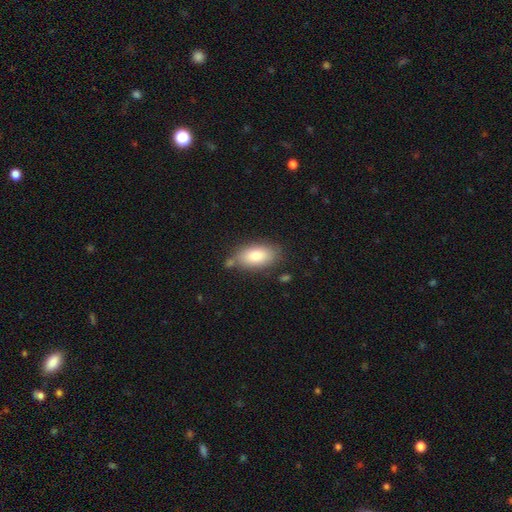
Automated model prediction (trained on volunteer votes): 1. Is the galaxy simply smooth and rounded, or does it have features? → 81% smooth, 12% featured or disk, 7% star or artifact.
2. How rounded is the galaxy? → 91% in between, 6% cigar-shaped, 4% round.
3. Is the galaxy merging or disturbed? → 74% none, 16% minor disturbance, 6% merger, 4% major disturbance.